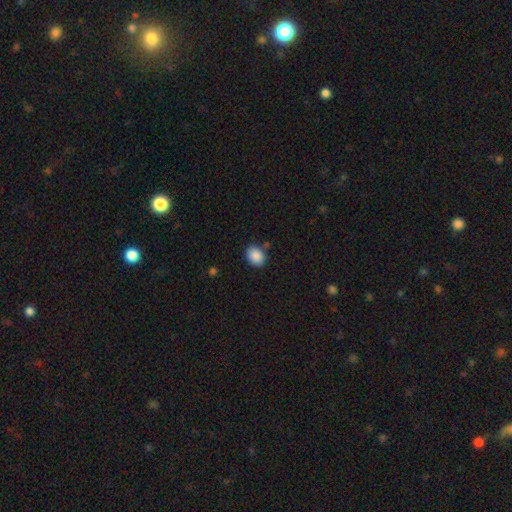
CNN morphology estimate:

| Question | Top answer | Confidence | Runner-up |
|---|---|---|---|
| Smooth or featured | smooth | 88% | star or artifact (8%) |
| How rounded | in between | 59% | round (40%) |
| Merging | none | 80% | minor disturbance (13%) |